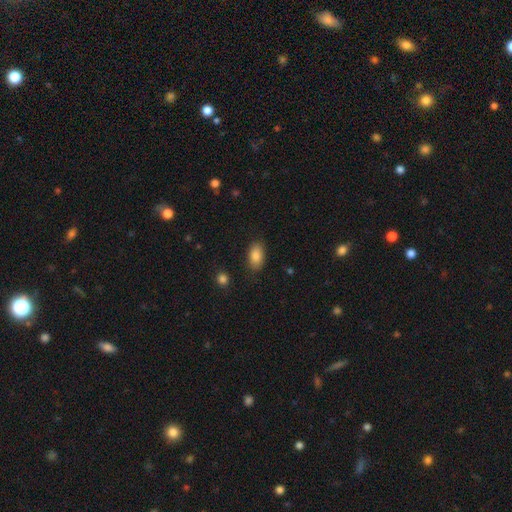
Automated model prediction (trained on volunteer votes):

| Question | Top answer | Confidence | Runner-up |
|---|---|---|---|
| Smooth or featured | smooth | 87% | star or artifact (8%) |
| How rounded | in between | 91% | round (6%) |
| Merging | none | 85% | minor disturbance (11%) |